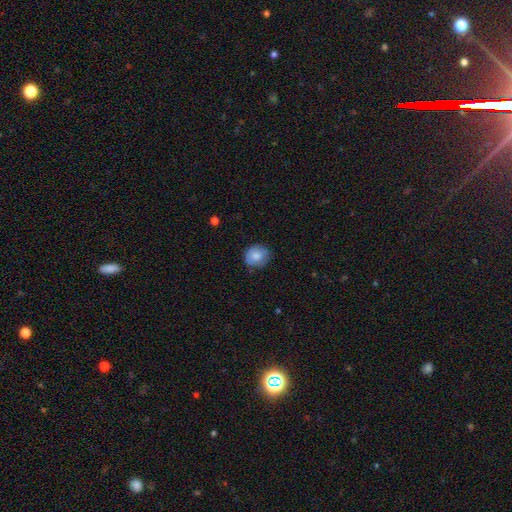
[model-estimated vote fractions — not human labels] Smooth or featured?
  - smooth: 77% *
  - featured or disk: 16%
  - star or artifact: 8%
How rounded?
  - round: 78% *
  - in between: 21%
  - cigar-shaped: 1%
Merging?
  - none: 71% *
  - minor disturbance: 23%
  - major disturbance: 5%
  - merger: 1%